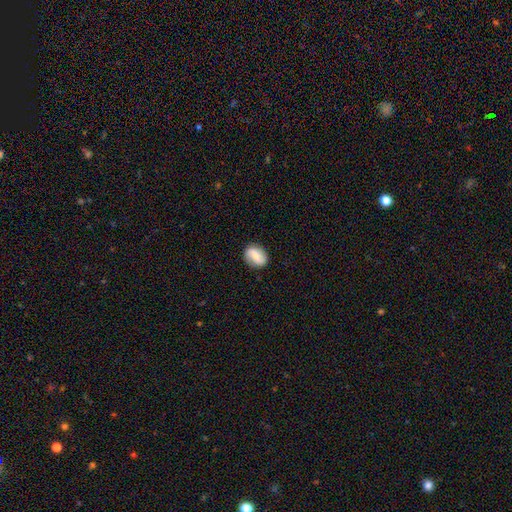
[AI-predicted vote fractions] This is possibly a smooth galaxy (50%). How rounded: possibly in between (58%). Merging: clearly none (84%).